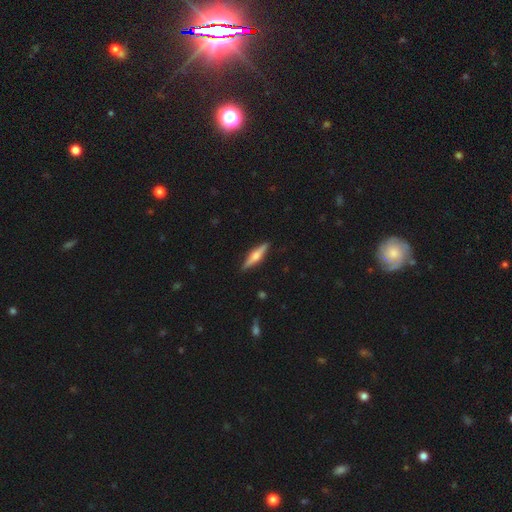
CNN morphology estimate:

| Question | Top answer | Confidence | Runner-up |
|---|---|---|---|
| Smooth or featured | featured or disk | 59% | smooth (36%) |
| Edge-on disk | yes | 97% | no (3%) |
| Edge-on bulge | rounded | 90% | boxy (6%) |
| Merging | none | 90% | minor disturbance (7%) |